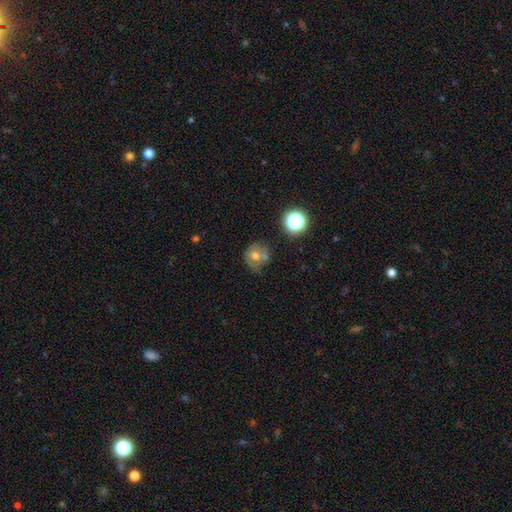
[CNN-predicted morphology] smooth-or-featured: smooth: 61% | featured or disk: 25% | star or artifact: 14%
  how-rounded: round: 79% | in between: 20% | cigar-shaped: 1%
  merging: none: 48% | minor disturbance: 24% | merger: 18% | major disturbance: 10%